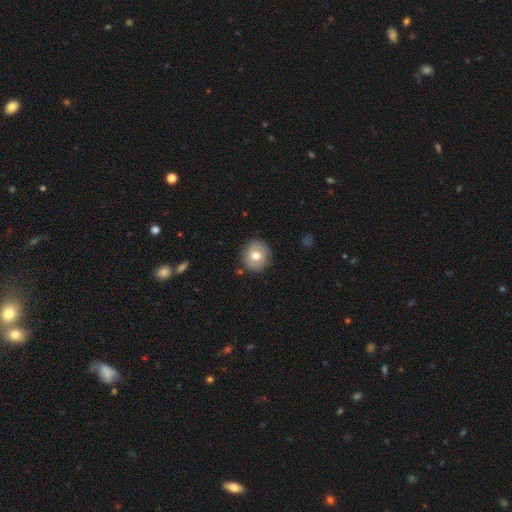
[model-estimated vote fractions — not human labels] Smooth or featured? smooth (66%)
How rounded? round (89%)
Merging? none (87%)